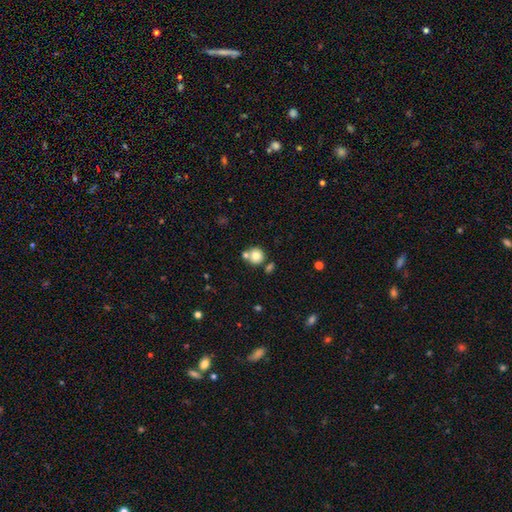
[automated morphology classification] smooth_or_featured: smooth (p=0.77) [alt: featured or disk p=0.13]
how_rounded: round (p=0.90) [alt: in between p=0.09]
merging: none (p=0.57) [alt: merger p=0.30]